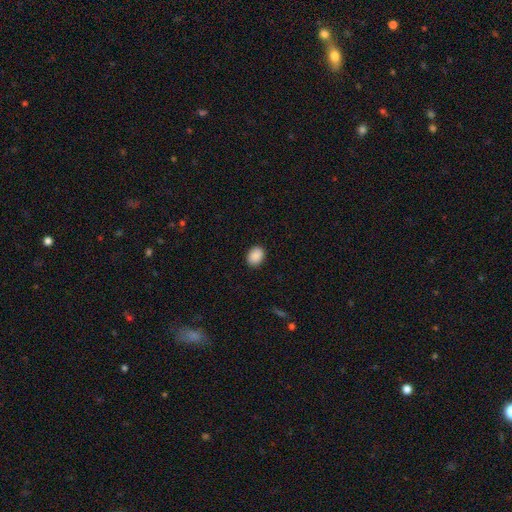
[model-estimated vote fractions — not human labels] Smooth or featured? smooth (90%)
How rounded? in between (65%)
Merging? none (90%)